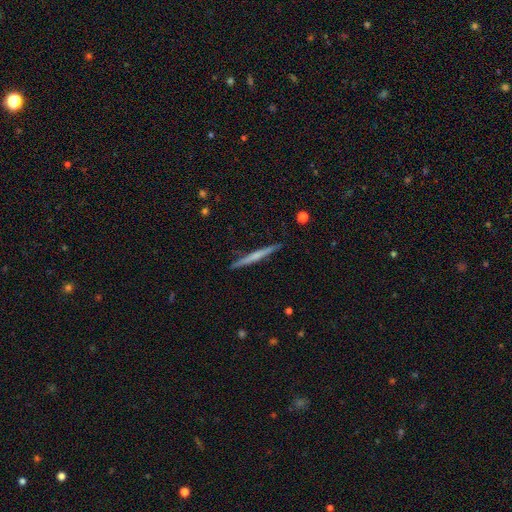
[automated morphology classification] This is possibly a featured or disk galaxy (50%). It is clearly viewed edge-on (98%). Merging: clearly none (91%).